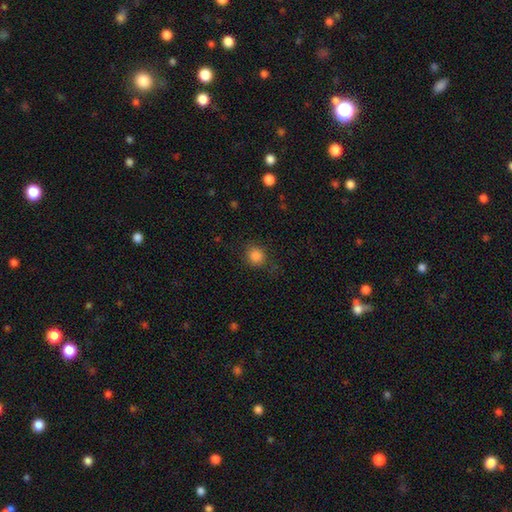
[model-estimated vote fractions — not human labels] Smooth or featured? Predicted: smooth (p=0.86). How rounded? Predicted: round (p=0.84). Merging? Predicted: none (p=0.79).